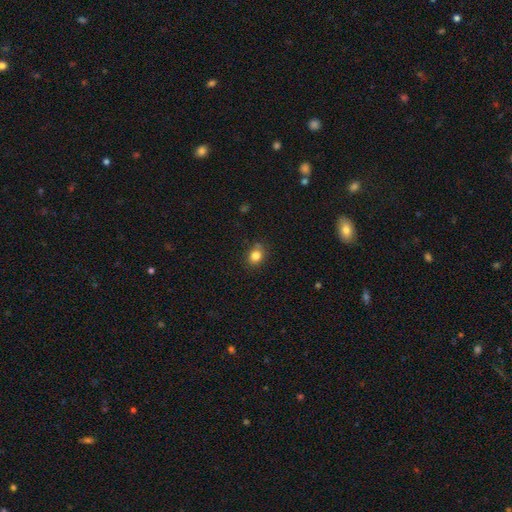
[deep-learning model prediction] Smooth or featured: smooth — 83% (star or artifact — 11%)
How rounded: round — 52% (in between — 47%)
Merging: none — 79% (minor disturbance — 15%)